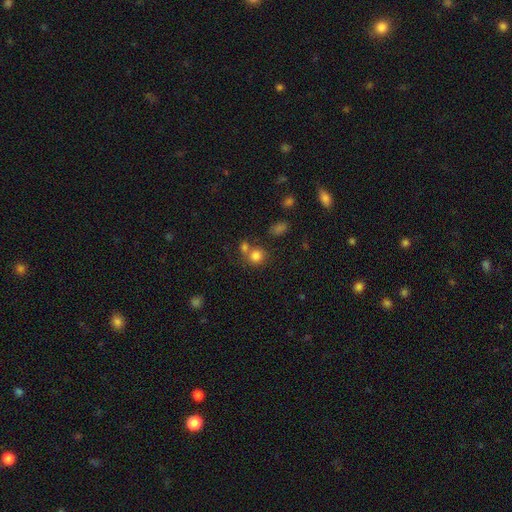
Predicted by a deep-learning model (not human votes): The model was most divided on "merging": none: 55%, merger: 31%, minor disturbance: 10%, major disturbance: 4%. More confident: how rounded — round (84%); smooth or featured — smooth (81%).